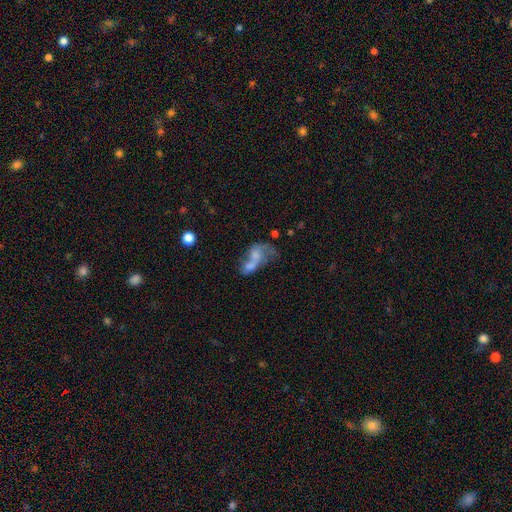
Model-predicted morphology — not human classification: This appears to be a smooth galaxy with no disk features (45%). Merging: merger (63%).